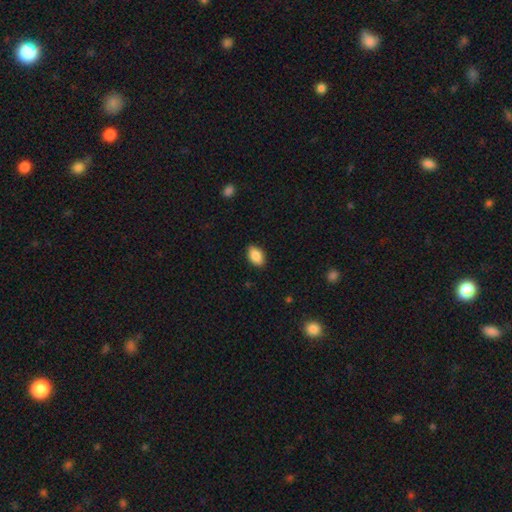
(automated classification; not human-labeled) Morphology: type=smooth (87%); roundness=in between (91%); merging=none (88%).